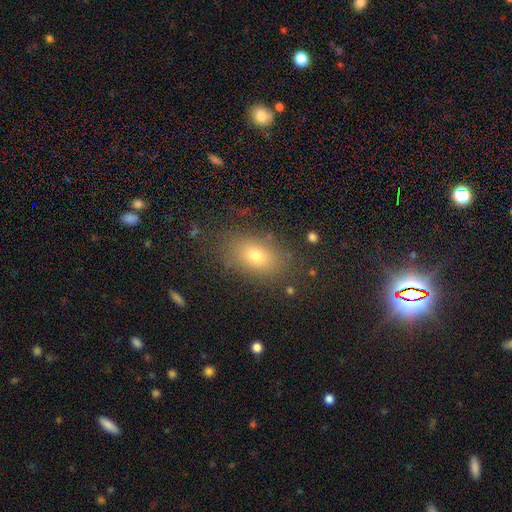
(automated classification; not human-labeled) This appears to be a smooth galaxy with no disk features (74%) that is in between round and cigar-shaped (83%). Merging: none (81%).